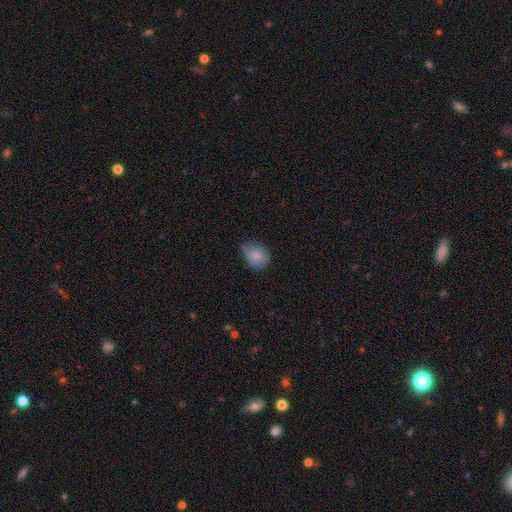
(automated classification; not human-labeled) This is clearly a smooth galaxy (83%). How rounded: possibly round (57%). Merging: possibly none (57%).